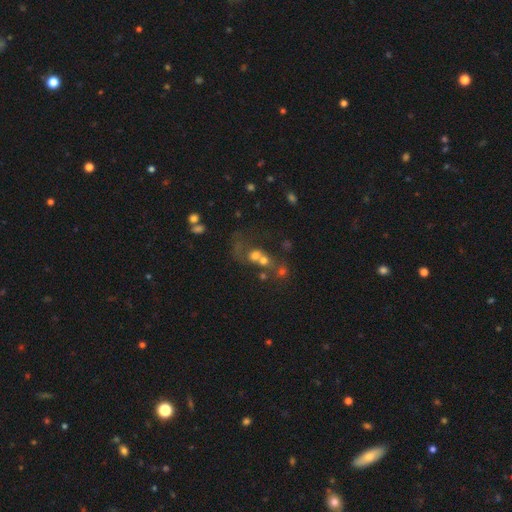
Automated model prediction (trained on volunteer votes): Overall: smooth (54%; featured or disk 27%). How rounded: round (66%; in between 32%). Merging: merger (61%).